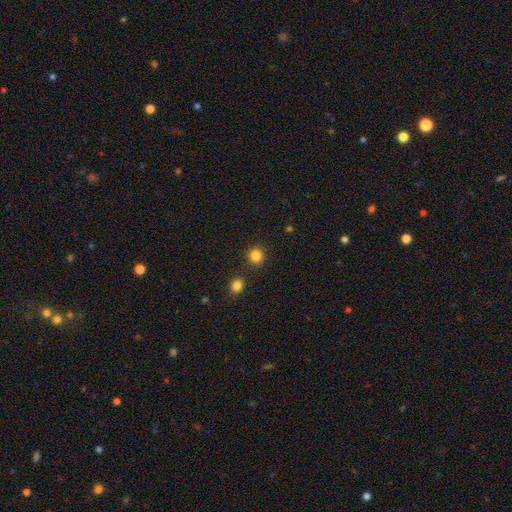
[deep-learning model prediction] Smooth or featured? Predicted: smooth (p=0.84). How rounded? Predicted: round (p=0.90). Merging? Predicted: none (p=0.86).